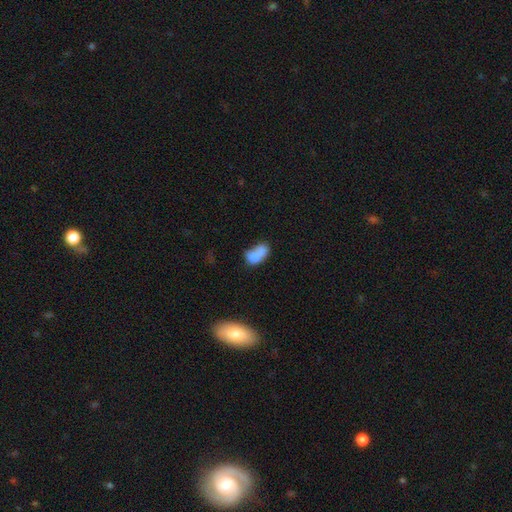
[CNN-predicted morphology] A smooth galaxy with no disk features (70%) that is in between round and cigar-shaped (72%). Merging: merger (60%).